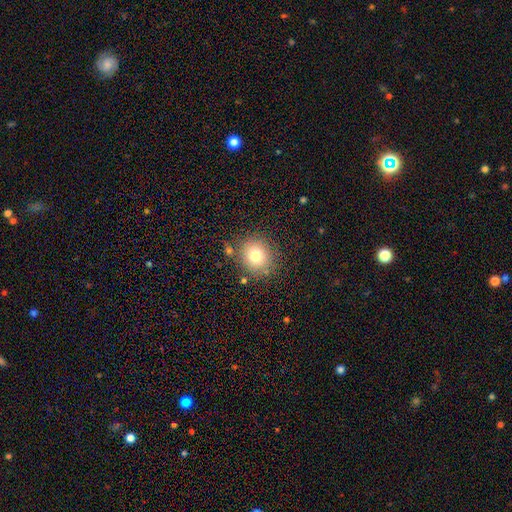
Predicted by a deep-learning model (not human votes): Smooth or featured? Predicted: smooth (p=0.77). How rounded? Predicted: round (p=0.82). Merging? Predicted: none (p=0.81).